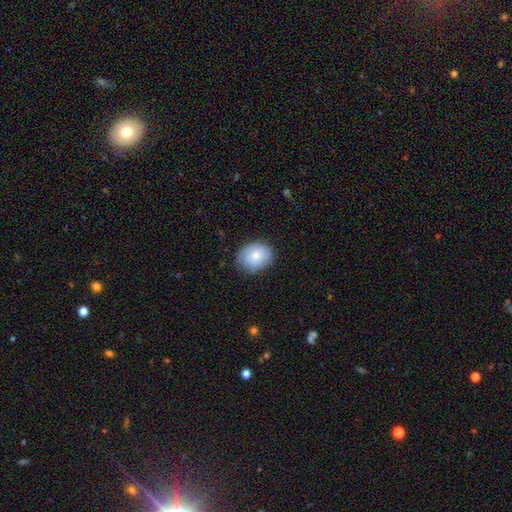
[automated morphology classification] A smooth galaxy with no disk features (70%) that is round (51%).

Vote fractions:
- Smooth or featured? smooth: 70% / featured or disk: 23% / star or artifact: 7%
- How rounded? round: 51% / in between: 48% / cigar-shaped: 1%
- Merging? none: 69% / minor disturbance: 24% / major disturbance: 5% / merger: 1%